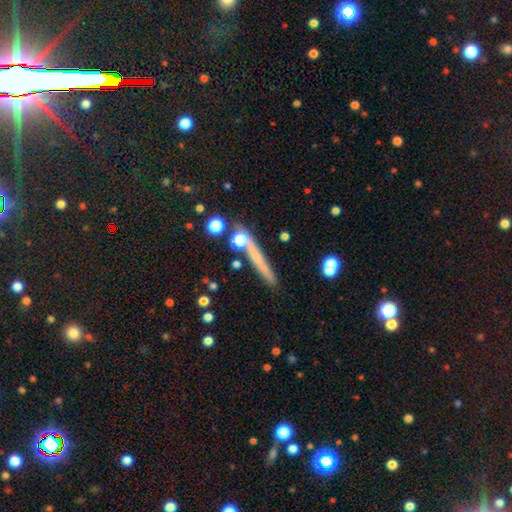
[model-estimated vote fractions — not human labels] A smooth galaxy with no disk features (52%) that is cigar-shaped (88%). Merging: none (75%).